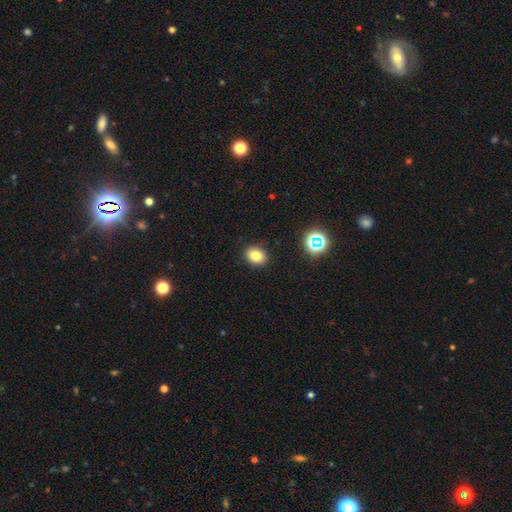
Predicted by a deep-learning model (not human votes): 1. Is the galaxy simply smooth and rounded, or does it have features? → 80% smooth, 13% star or artifact, 7% featured or disk.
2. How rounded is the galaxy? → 51% in between, 48% round, 1% cigar-shaped.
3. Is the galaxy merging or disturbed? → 89% none, 7% minor disturbance, 2% major disturbance, 1% merger.